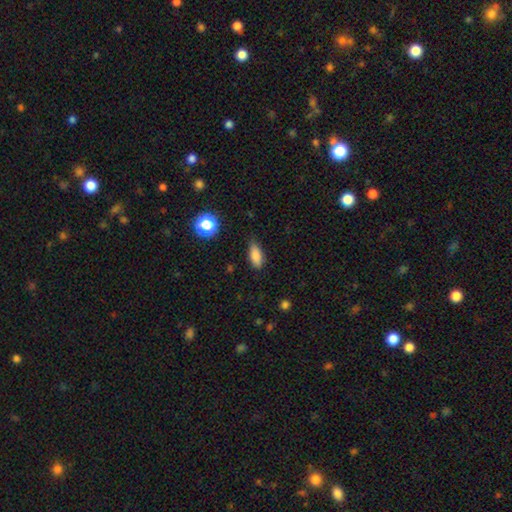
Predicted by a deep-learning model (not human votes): Smooth or featured: smooth — 83% (star or artifact — 10%)
How rounded: in between — 79% (cigar-shaped — 16%)
Merging: none — 78% (minor disturbance — 18%)